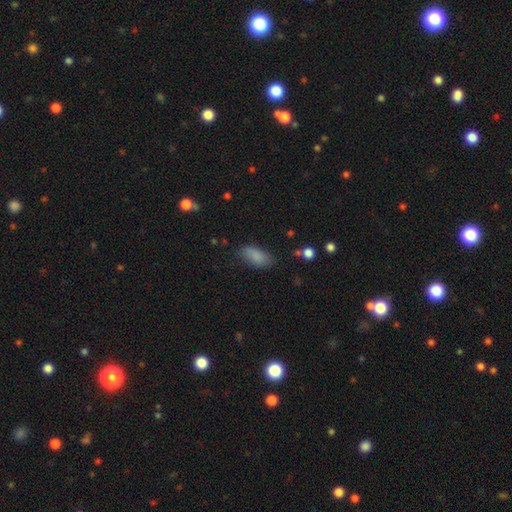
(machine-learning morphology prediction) Smooth or featured: smooth — 85% (star or artifact — 8%)
How rounded: in between — 88% (cigar-shaped — 10%)
Merging: none — 76% (minor disturbance — 18%)